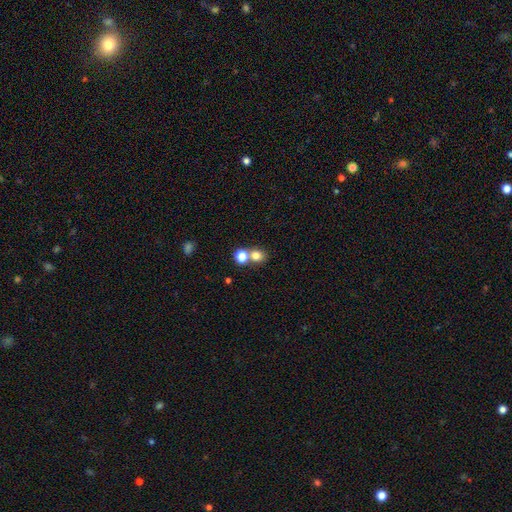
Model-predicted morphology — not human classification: Overall: smooth (77%). How rounded: round (76%). Merging: none (50%; merger 40%).